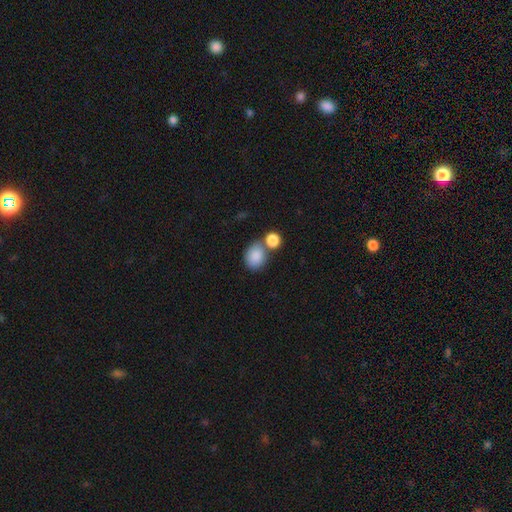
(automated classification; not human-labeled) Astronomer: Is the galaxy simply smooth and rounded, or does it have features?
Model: smooth — 86%.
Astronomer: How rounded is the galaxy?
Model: in between — 52% (runner-up: round, 47%).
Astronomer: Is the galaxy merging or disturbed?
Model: none — 51% (runner-up: merger, 32%).